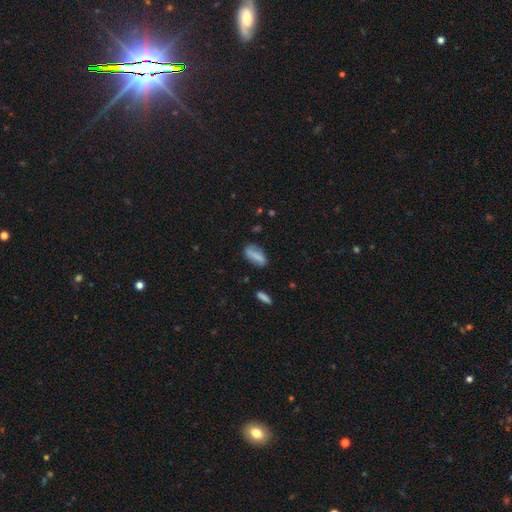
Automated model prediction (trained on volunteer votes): Smooth or featured? Predicted: smooth (p=0.66). How rounded? Predicted: in between (p=0.76). Merging? Predicted: none (p=0.70).